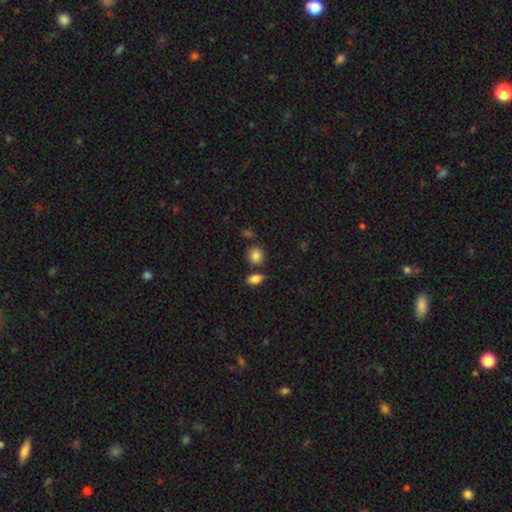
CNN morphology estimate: smooth 85%, star or artifact 9%, featured or disk 5%. Down the decision tree: how rounded — round (72%); merging — none (74%).